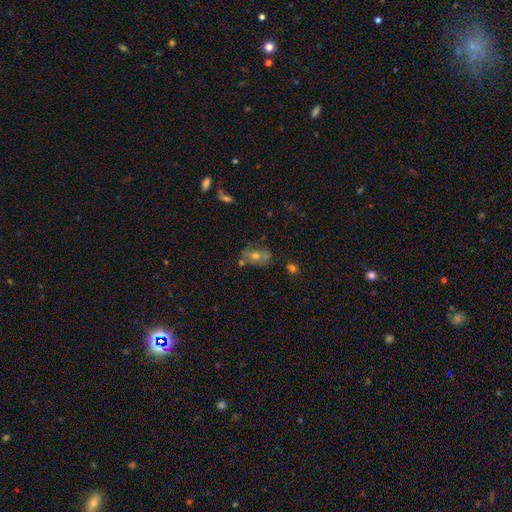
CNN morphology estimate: Q: Smooth or featured?
A: smooth (47%); runner-up: featured or disk (35%)
Q: Merging?
A: none (66%); runner-up: minor disturbance (19%)